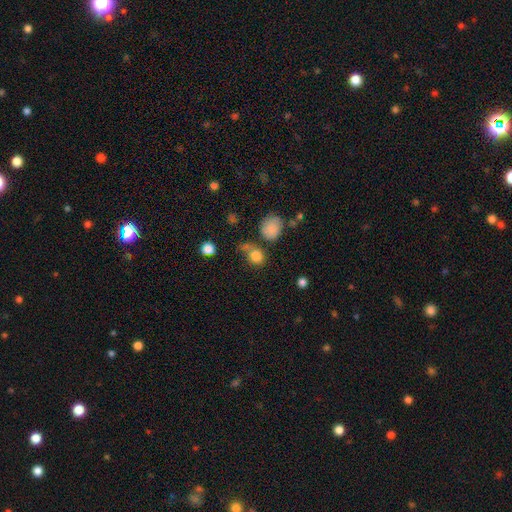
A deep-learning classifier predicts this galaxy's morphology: Overall: smooth (81%). How rounded: round (67%; in between 31%). Merging: none (45%; merger 23%).